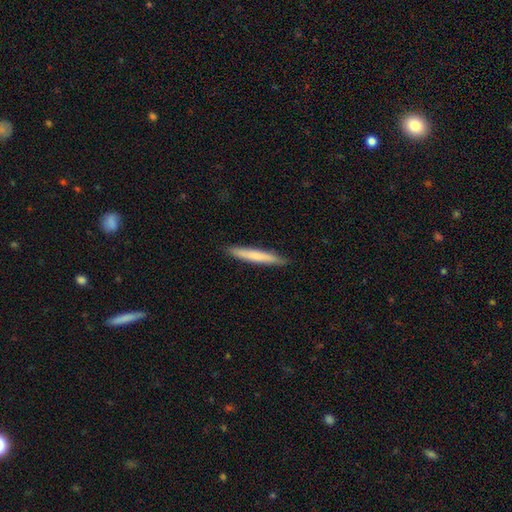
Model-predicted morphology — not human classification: This is likely a smooth galaxy (69%). How rounded: clearly cigar-shaped (96%). Merging: clearly none (90%).